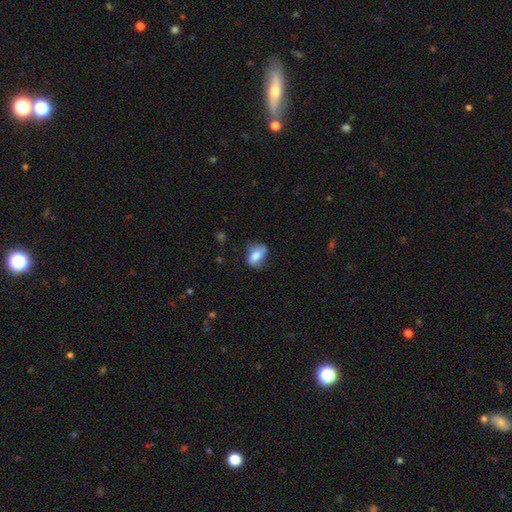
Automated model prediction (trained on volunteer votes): Morphology: type=smooth (68%); roundness=in between (76%); merging=none (51%).